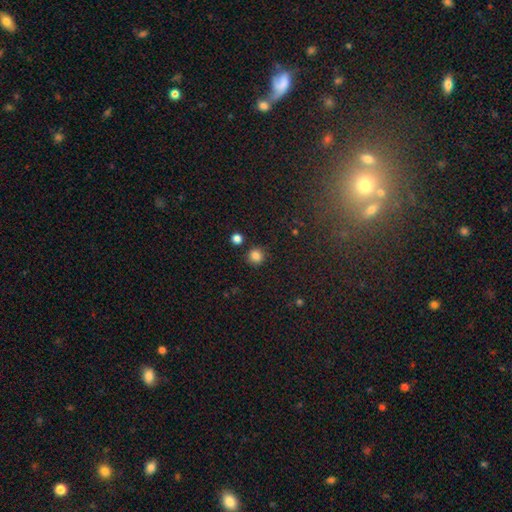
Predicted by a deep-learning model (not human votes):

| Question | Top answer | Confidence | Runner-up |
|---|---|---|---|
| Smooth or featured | smooth | 84% | star or artifact (12%) |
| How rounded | round | 92% | in between (7%) |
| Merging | none | 86% | minor disturbance (7%) |